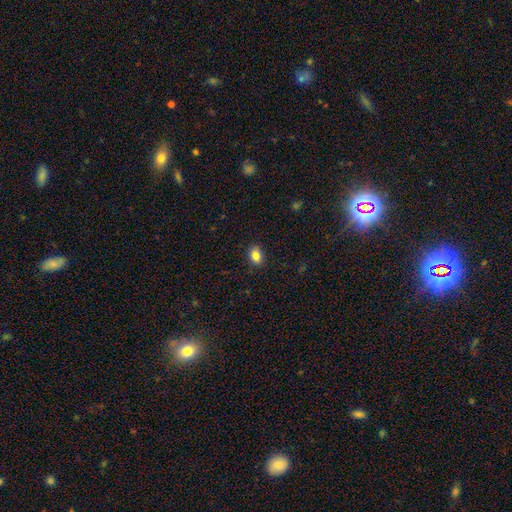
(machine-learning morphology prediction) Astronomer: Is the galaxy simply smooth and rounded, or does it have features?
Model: smooth — 84%.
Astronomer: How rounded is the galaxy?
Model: in between — 67%.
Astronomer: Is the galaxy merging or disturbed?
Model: none — 89%.